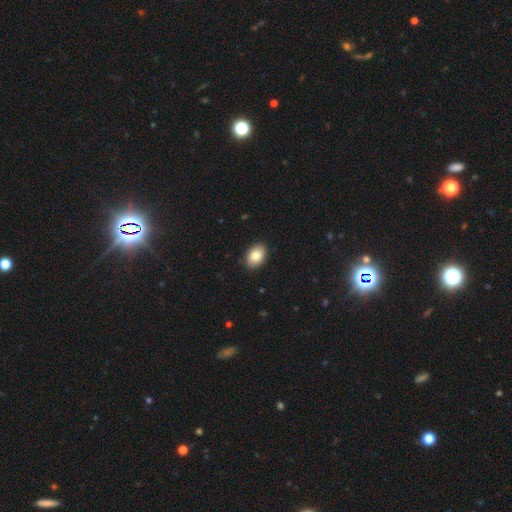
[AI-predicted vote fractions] Overall: smooth (84%). How rounded: in between (84%). Merging: none (89%).